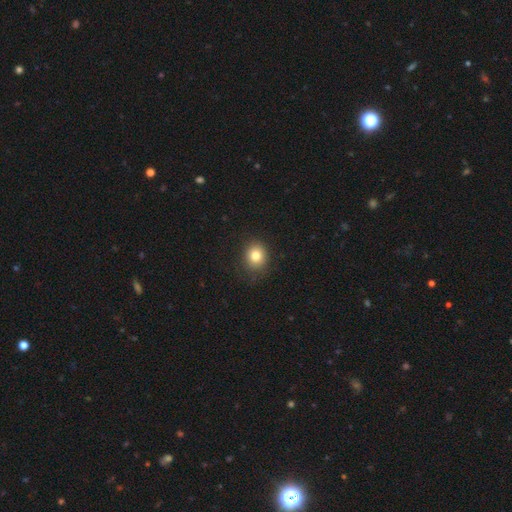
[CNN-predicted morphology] A smooth galaxy with no disk features (81%) that is round (73%).

Vote fractions:
- Smooth or featured? smooth: 81% / star or artifact: 11% / featured or disk: 8%
- How rounded? round: 73% / in between: 26% / cigar-shaped: 1%
- Merging? none: 85% / minor disturbance: 11% / major disturbance: 3% / merger: 1%